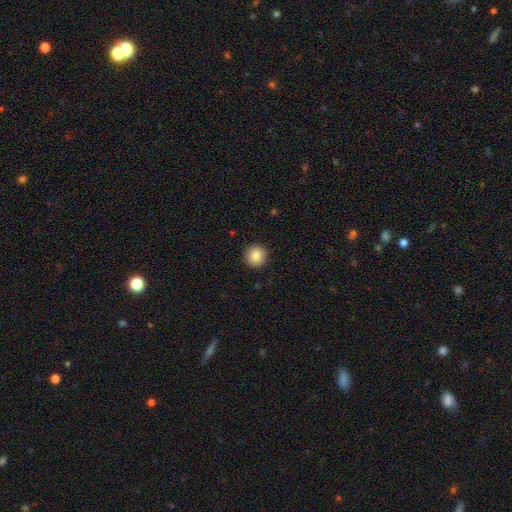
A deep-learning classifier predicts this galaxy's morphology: Smooth or featured? Predicted: smooth (p=0.86). How rounded? Predicted: round (p=0.94). Merging? Predicted: none (p=0.92).